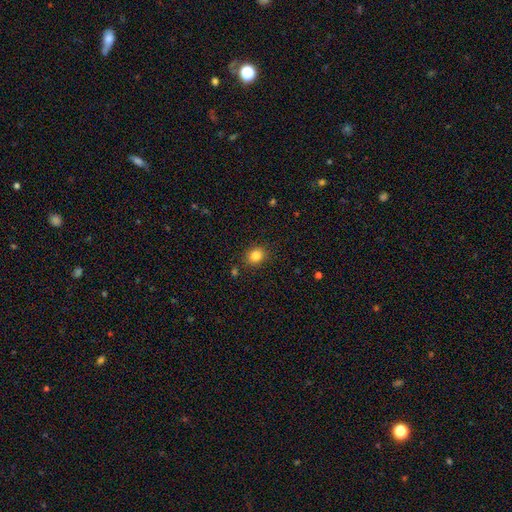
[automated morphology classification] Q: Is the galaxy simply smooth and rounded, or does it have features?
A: smooth — 83%.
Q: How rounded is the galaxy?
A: round — 61%.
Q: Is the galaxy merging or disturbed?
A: none — 87%.